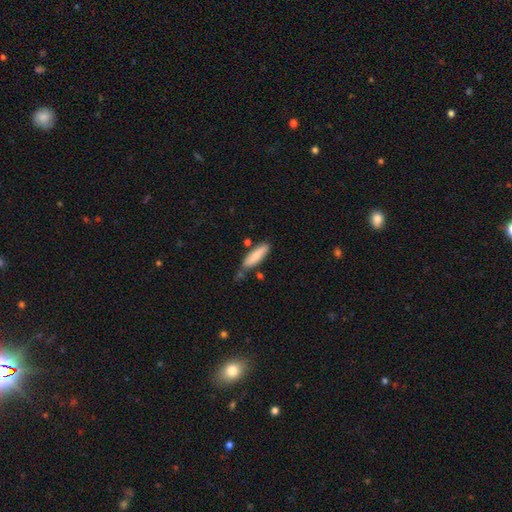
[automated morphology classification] smooth_or_featured: smooth (p=0.78) [alt: featured or disk p=0.16]
how_rounded: cigar-shaped (p=0.64) [alt: in between p=0.35]
merging: none (p=0.70) [alt: minor disturbance p=0.18]